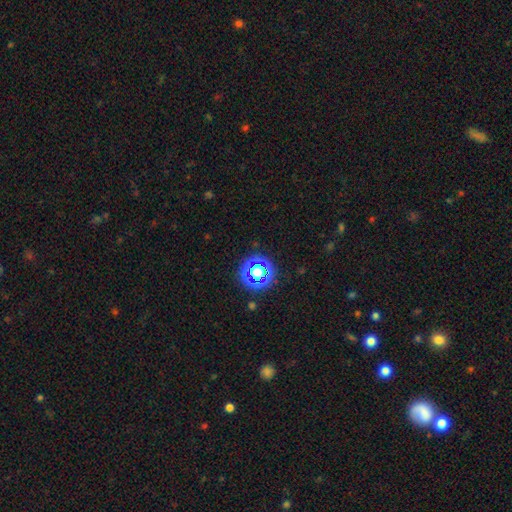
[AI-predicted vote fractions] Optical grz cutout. It shows a star or artifact, not a galaxy (72%).